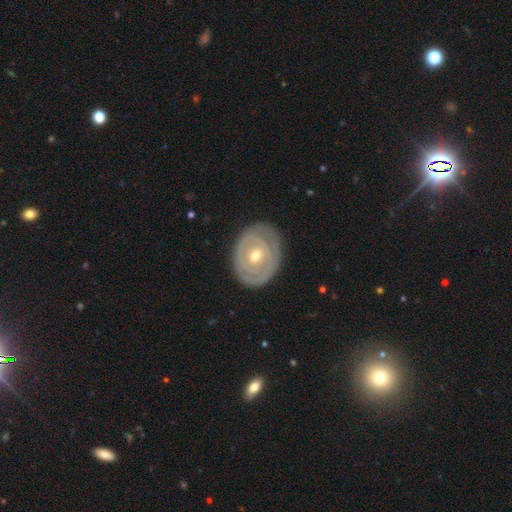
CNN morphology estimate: This is likely a featured or disk galaxy (74%). It is clearly not viewed edge-on (95%). Bar: likely no (69%). Spiral arm pattern: possibly yes (55%). Central bulge: possibly moderate (51%). Merging: clearly none (80%).